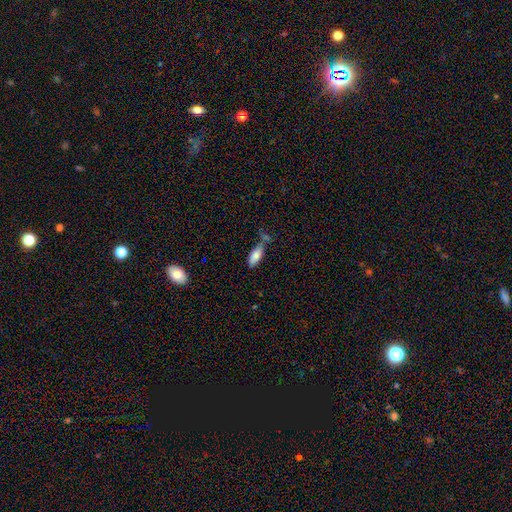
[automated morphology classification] A smooth galaxy with no disk features (80%) that is in between round and cigar-shaped (80%).

Vote fractions:
- Smooth or featured? smooth: 80% / featured or disk: 13% / star or artifact: 7%
- How rounded? in between: 80% / cigar-shaped: 18% / round: 2%
- Merging? none: 51% / minor disturbance: 22% / merger: 19% / major disturbance: 7%